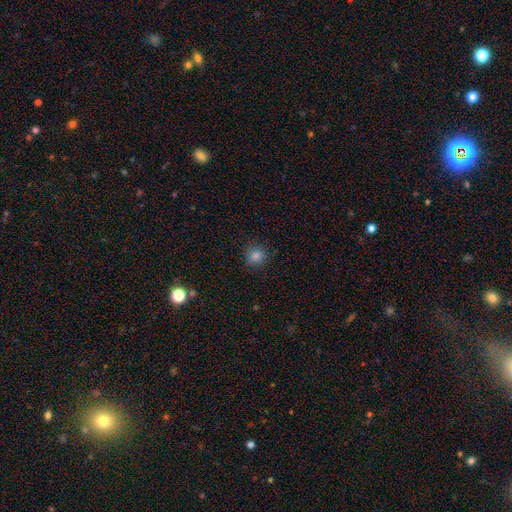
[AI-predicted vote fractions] Smooth or featured: smooth — 81% (star or artifact — 14%)
How rounded: round — 91% (in between — 8%)
Merging: none — 89% (minor disturbance — 8%)